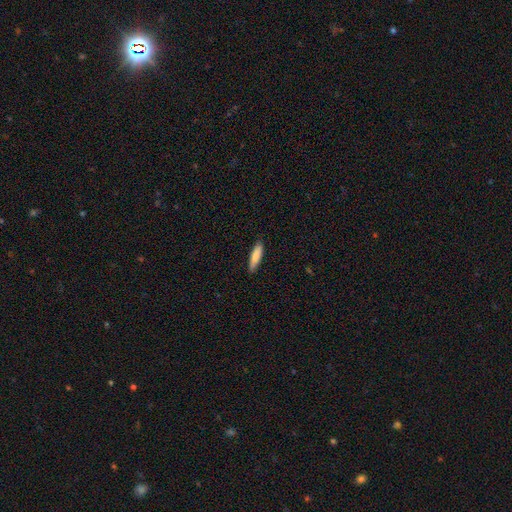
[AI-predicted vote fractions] A smooth galaxy with no disk features (82%) that is cigar-shaped (75%).

Vote fractions:
- Smooth or featured? smooth: 82% / featured or disk: 13% / star or artifact: 6%
- How rounded? cigar-shaped: 75% / in between: 24% / round: 1%
- Merging? none: 86% / minor disturbance: 11% / major disturbance: 2% / merger: 1%